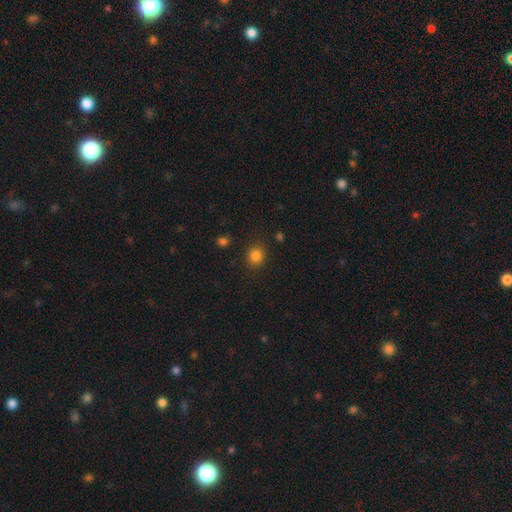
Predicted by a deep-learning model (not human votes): Smooth or featured? smooth (84%)
How rounded? round (76%)
Merging? none (87%)